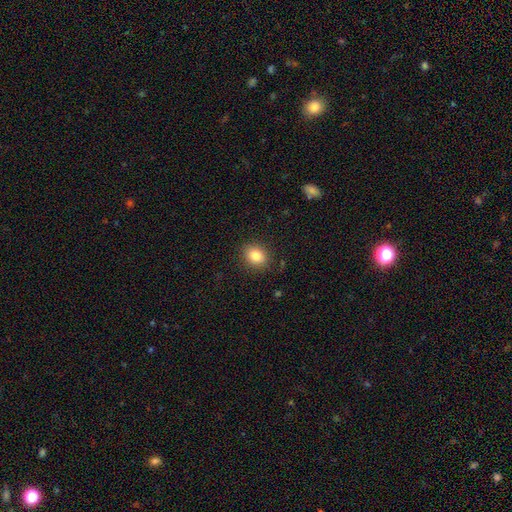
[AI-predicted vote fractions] smooth_or_featured: smooth (p=0.83) [alt: star or artifact p=0.10]
how_rounded: round (p=0.54) [alt: in between p=0.45]
merging: none (p=0.88) [alt: minor disturbance p=0.08]